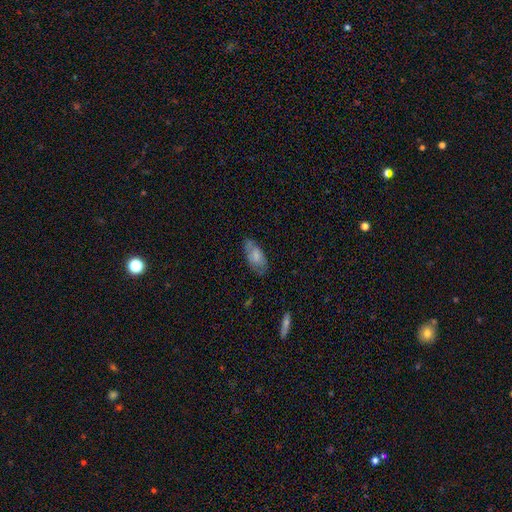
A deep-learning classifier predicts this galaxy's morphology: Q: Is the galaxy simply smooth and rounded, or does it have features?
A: smooth — 67%.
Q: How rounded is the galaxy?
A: in between — 90%.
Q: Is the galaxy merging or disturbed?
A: none — 68%.